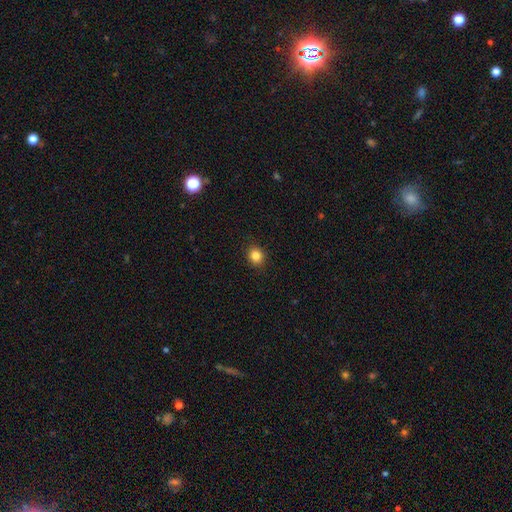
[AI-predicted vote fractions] Morphology: type=smooth (84%); roundness=round (74%); merging=none (90%).